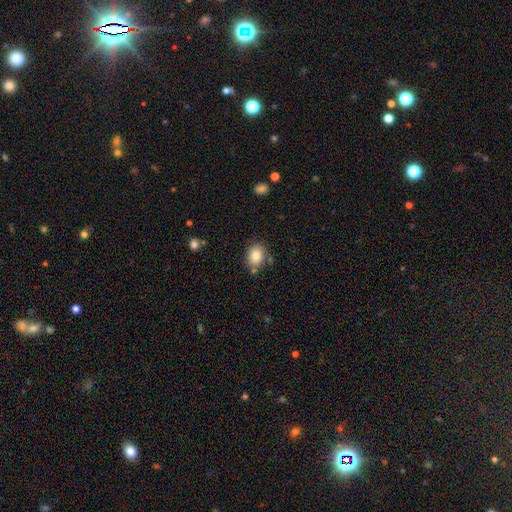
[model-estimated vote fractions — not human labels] Smooth or featured? smooth (83%)
How rounded? in between (64%)
Merging? none (77%)